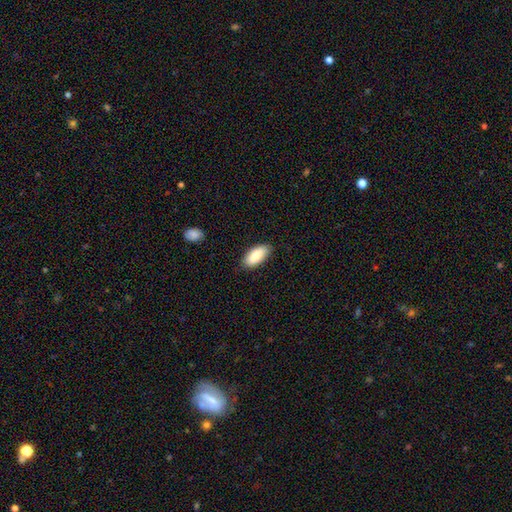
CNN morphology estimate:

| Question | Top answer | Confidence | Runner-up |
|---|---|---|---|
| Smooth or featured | smooth | 83% | featured or disk (11%) |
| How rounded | in between | 89% | cigar-shaped (9%) |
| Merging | none | 85% | minor disturbance (12%) |